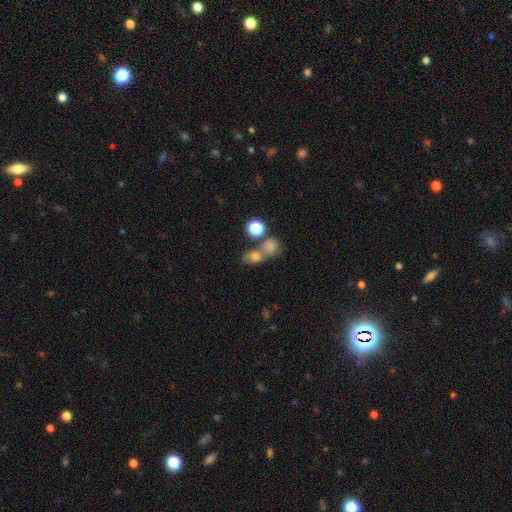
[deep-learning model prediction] smooth 64%, star or artifact 21%, featured or disk 15%. Down the decision tree: how rounded — round (56%); merging — merger (42%).